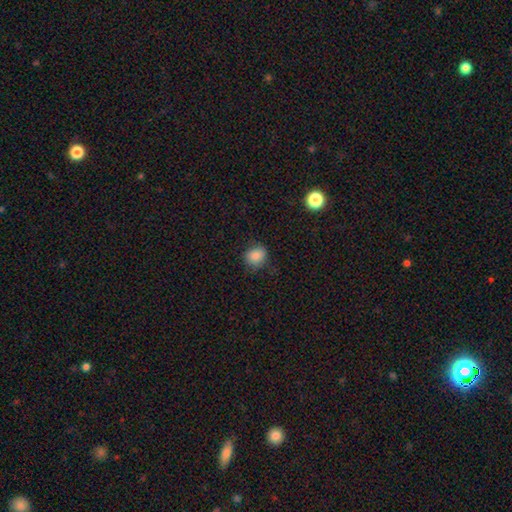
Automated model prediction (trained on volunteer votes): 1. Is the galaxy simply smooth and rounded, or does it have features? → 85% smooth, 10% star or artifact, 5% featured or disk.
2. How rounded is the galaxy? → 68% round, 31% in between, 1% cigar-shaped.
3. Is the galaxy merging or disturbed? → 80% none, 16% minor disturbance, 4% major disturbance, 1% merger.